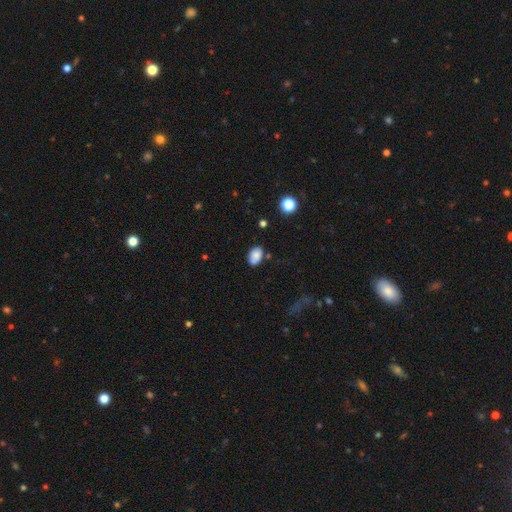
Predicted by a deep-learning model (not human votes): Q: Smooth or featured?
A: smooth (83%); runner-up: star or artifact (9%)
Q: How rounded?
A: in between (84%); runner-up: round (15%)
Q: Merging?
A: none (71%); runner-up: minor disturbance (20%)